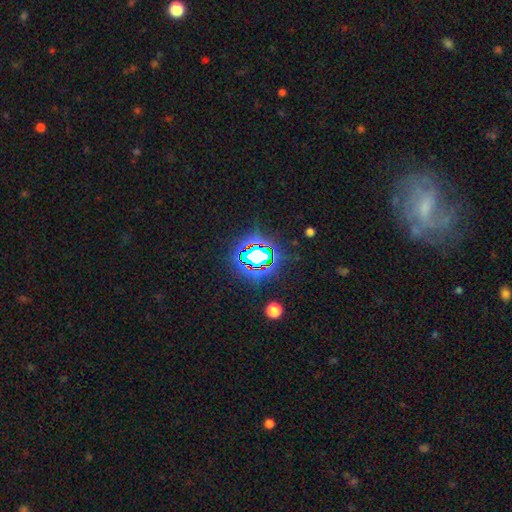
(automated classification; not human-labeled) A star or artifact, not a galaxy (71%).

Vote fractions:
- Smooth or featured? star or artifact: 71% / smooth: 16% / featured or disk: 12%